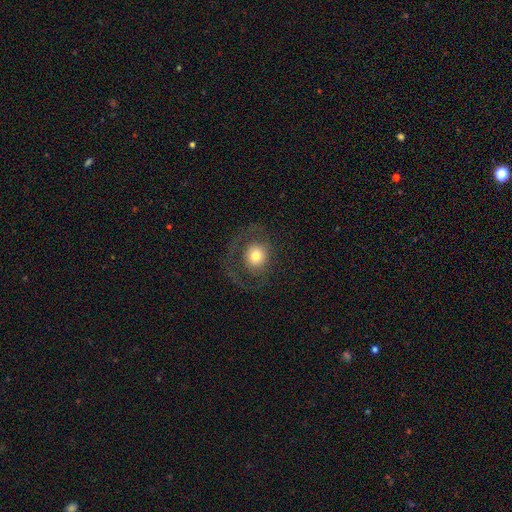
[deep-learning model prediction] Overall: smooth (56%; featured or disk 35%). How rounded: round (78%). Merging: none (58%; major disturbance 25%).